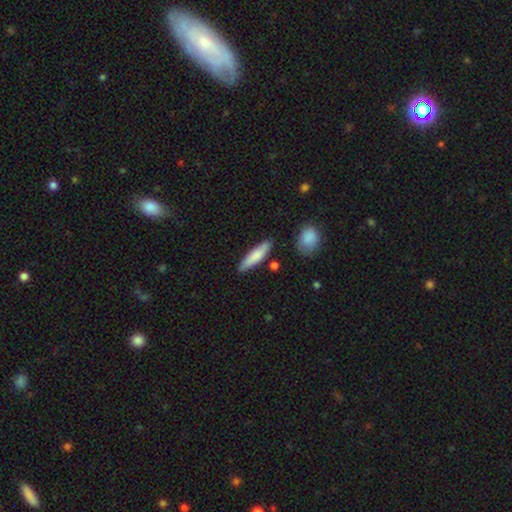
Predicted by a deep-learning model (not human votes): A smooth galaxy with no disk features (77%) that is cigar-shaped (75%). Merging: none (82%).